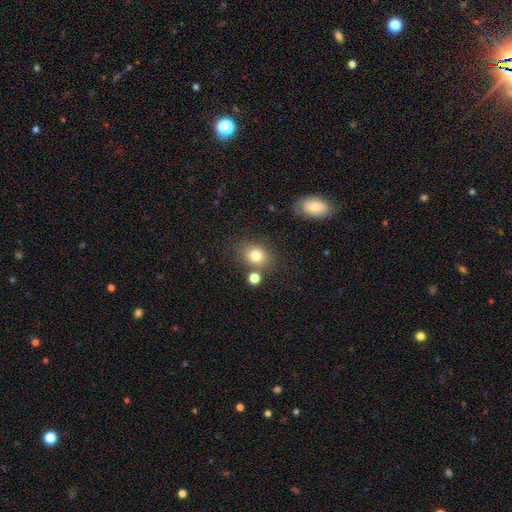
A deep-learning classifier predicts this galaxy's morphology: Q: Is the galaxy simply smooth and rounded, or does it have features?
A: smooth — 80%.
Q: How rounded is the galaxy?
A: round — 59%.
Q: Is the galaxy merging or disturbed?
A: none — 72%.